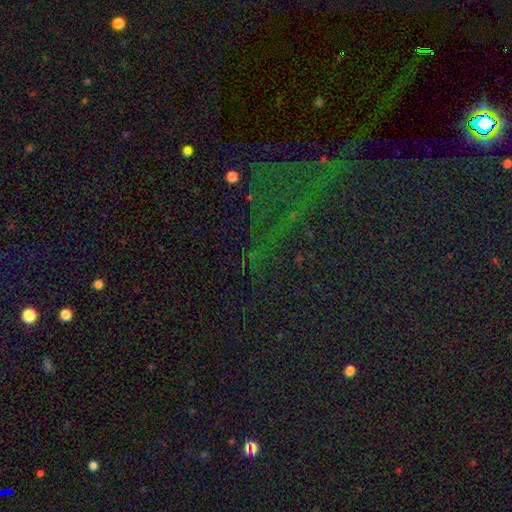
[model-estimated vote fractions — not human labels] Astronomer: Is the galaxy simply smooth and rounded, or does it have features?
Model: star or artifact — 79%.